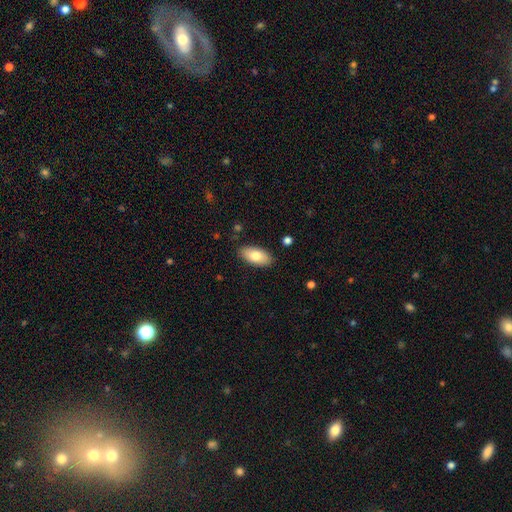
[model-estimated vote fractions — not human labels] smooth_or_featured: smooth (p=0.79) [alt: featured or disk p=0.15]
how_rounded: in between (p=0.92) [alt: cigar-shaped p=0.05]
merging: none (p=0.87) [alt: minor disturbance p=0.10]